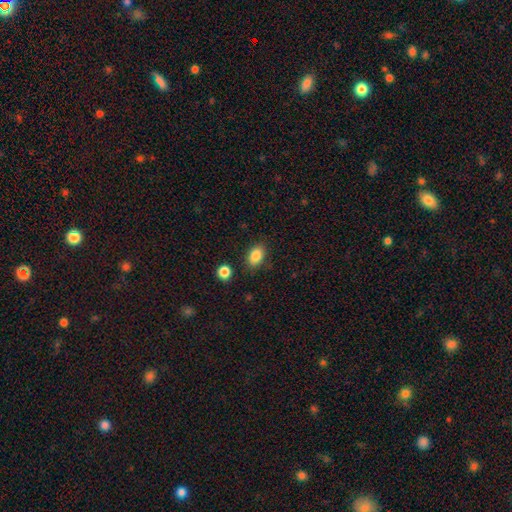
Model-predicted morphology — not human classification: Q: Smooth or featured?
A: smooth (86%); runner-up: star or artifact (9%)
Q: How rounded?
A: in between (85%); runner-up: round (14%)
Q: Merging?
A: none (83%); runner-up: minor disturbance (11%)